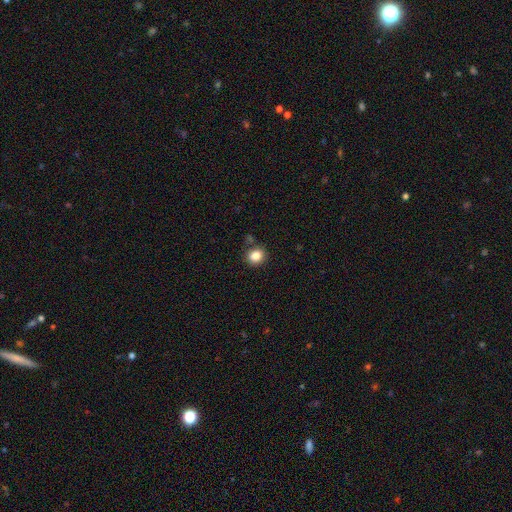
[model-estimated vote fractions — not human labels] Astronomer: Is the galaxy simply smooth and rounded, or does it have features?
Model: smooth — 84%.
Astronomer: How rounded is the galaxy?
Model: round — 76%.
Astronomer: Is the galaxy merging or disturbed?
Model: none — 82%.